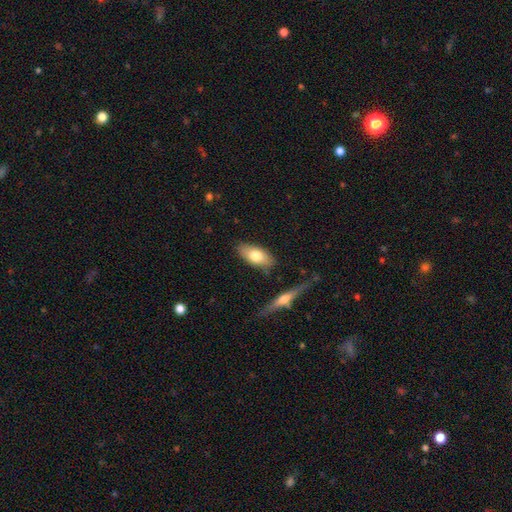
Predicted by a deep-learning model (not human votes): smooth_or_featured: smooth (p=0.72) [alt: featured or disk p=0.22]
how_rounded: in between (p=0.85) [alt: cigar-shaped p=0.11]
merging: none (p=0.81) [alt: minor disturbance p=0.13]